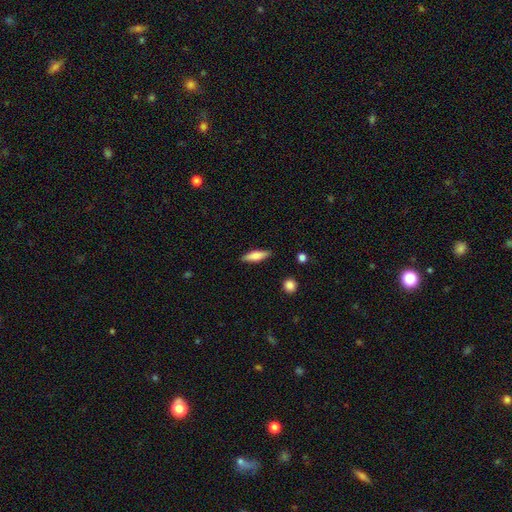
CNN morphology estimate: A smooth galaxy with no disk features (73%) that is cigar-shaped (56%). Merging: none (86%).